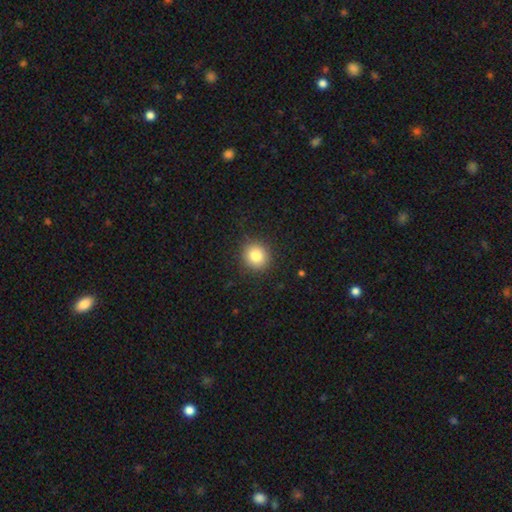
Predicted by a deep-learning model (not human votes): Smooth or featured: smooth — 82% (star or artifact — 11%)
How rounded: round — 91% (in between — 8%)
Merging: none — 90% (minor disturbance — 7%)